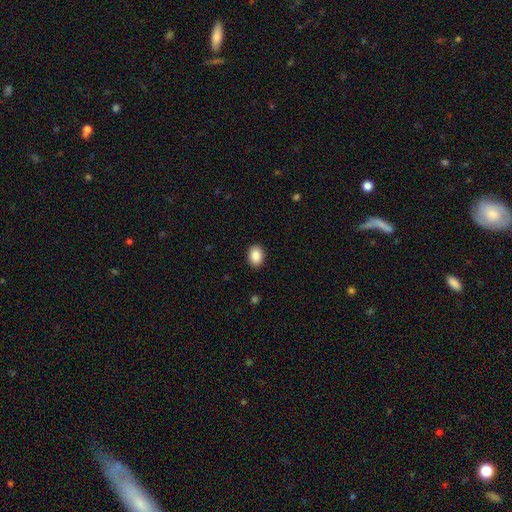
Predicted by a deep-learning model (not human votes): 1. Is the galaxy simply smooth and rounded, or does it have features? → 88% smooth, 8% star or artifact, 4% featured or disk.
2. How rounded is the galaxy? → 68% in between, 31% round, 1% cigar-shaped.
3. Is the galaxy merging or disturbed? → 90% none, 7% minor disturbance, 2% major disturbance, 1% merger.